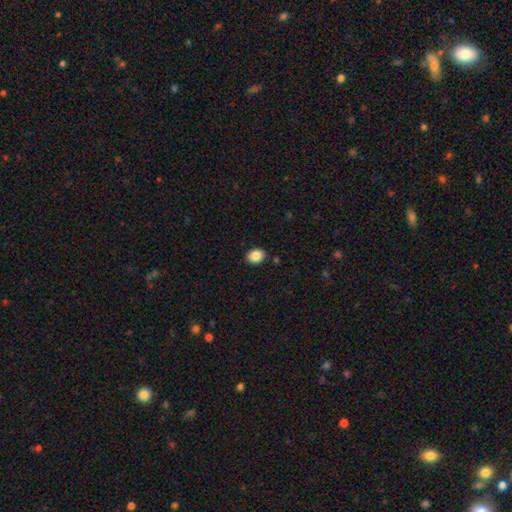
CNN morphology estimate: smooth 87%, star or artifact 9%, featured or disk 4%. Down the decision tree: how rounded — in between (52%); merging — none (89%).